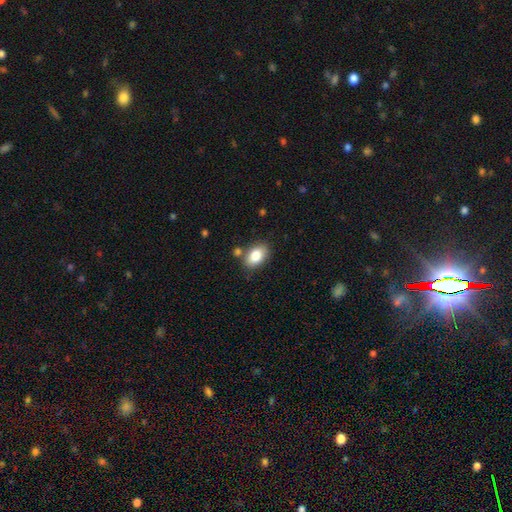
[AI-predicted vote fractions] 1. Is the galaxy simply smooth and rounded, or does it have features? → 82% smooth, 10% featured or disk, 8% star or artifact.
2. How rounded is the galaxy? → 87% in between, 11% round, 1% cigar-shaped.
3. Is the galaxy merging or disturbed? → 76% none, 14% minor disturbance, 8% merger, 3% major disturbance.